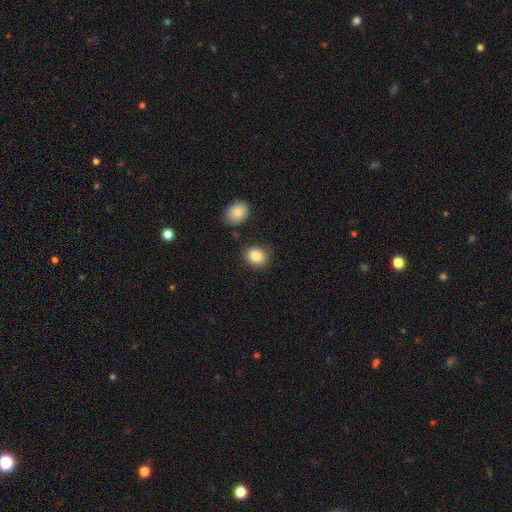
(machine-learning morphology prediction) A smooth galaxy with no disk features (87%) that is round (59%).

Vote fractions:
- Smooth or featured? smooth: 87% / star or artifact: 8% / featured or disk: 5%
- How rounded? round: 59% / in between: 40% / cigar-shaped: 1%
- Merging? none: 82% / minor disturbance: 11% / merger: 4% / major disturbance: 3%